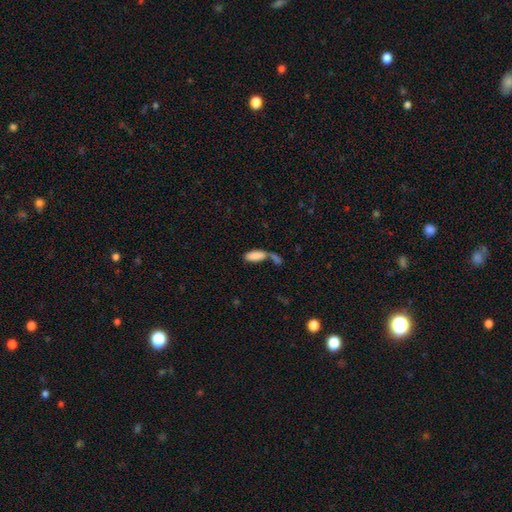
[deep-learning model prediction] Overall: smooth (85%). How rounded: in between (83%). Merging: merger (46%; none 35%).